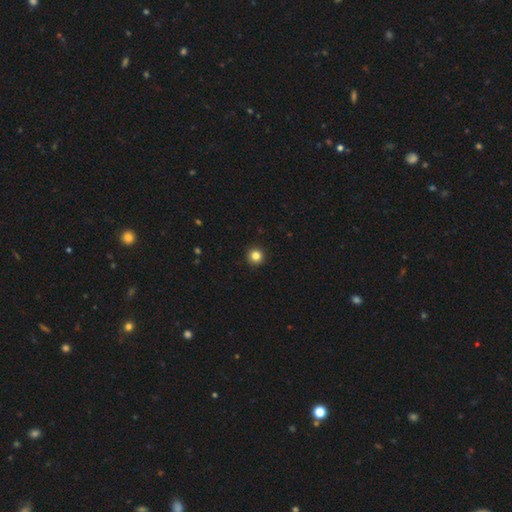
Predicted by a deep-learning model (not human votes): Smooth or featured? Predicted: smooth (p=0.83). How rounded? Predicted: round (p=0.96). Merging? Predicted: none (p=0.94).